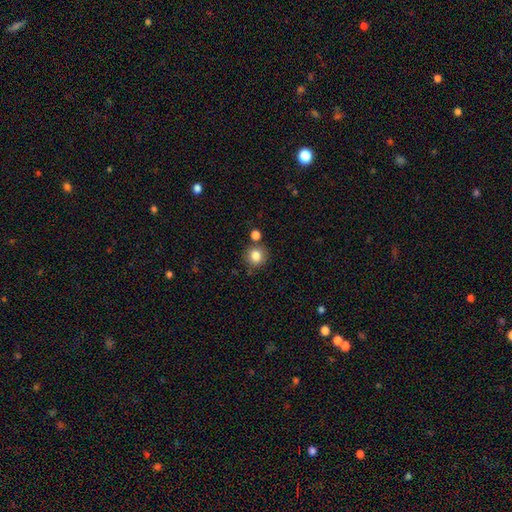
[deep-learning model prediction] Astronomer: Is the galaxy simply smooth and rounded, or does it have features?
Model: smooth — 82%.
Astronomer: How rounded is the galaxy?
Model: round — 86%.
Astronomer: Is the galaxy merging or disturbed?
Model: none — 77%.